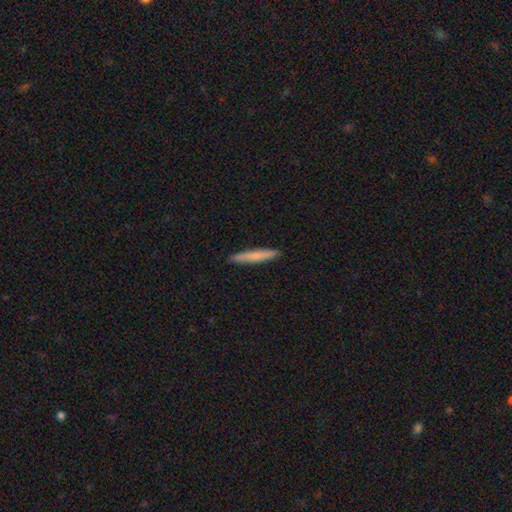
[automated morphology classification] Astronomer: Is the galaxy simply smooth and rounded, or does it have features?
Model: smooth — 72%.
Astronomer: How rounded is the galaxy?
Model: cigar-shaped — 96%.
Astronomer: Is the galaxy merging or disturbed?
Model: none — 92%.